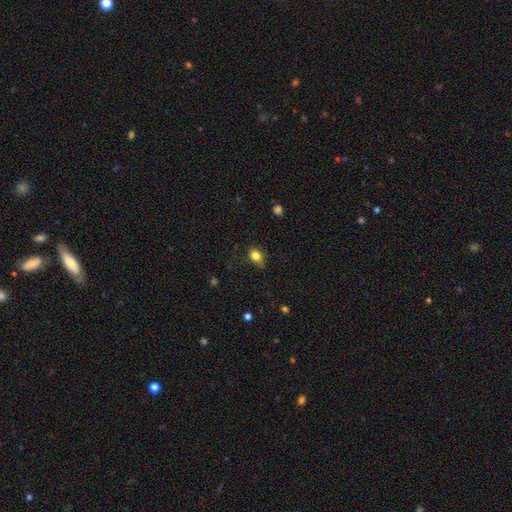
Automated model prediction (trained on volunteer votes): Smooth or featured? smooth (83%)
How rounded? in between (60%)
Merging? none (62%)